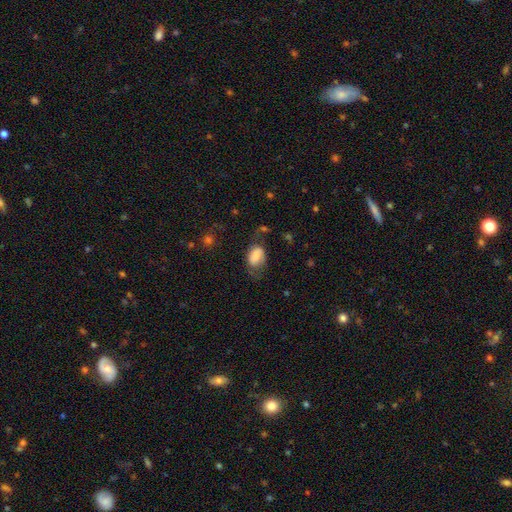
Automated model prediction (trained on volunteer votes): This is likely a smooth galaxy (72%). How rounded: clearly in between (85%). Merging: marginally none (42%).